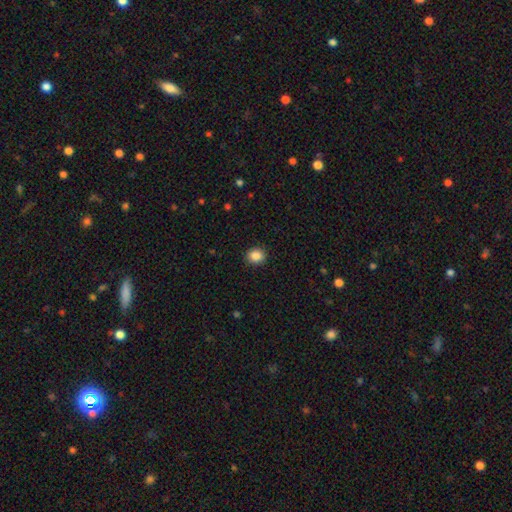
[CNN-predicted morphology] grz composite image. It shows a smooth galaxy with no disk features (86%) that is round (76%). Merging: none (91%).